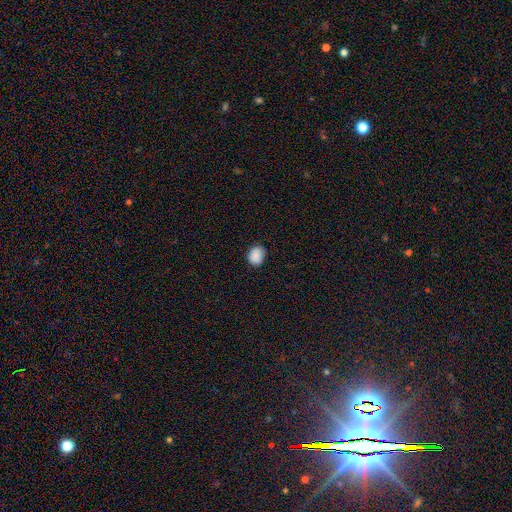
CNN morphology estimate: smooth-or-featured: smooth: 88% | star or artifact: 8% | featured or disk: 3%
  how-rounded: round: 52% | in between: 47% | cigar-shaped: 1%
  merging: none: 83% | minor disturbance: 13% | major disturbance: 3% | merger: 1%